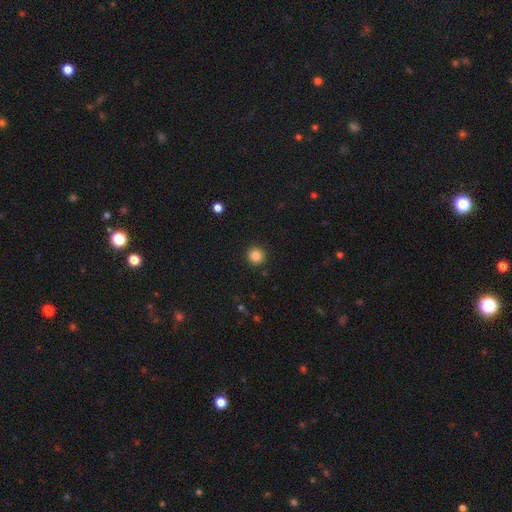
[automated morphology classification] smooth-or-featured: smooth: 84% | star or artifact: 11% | featured or disk: 5%
  how-rounded: round: 94% | in between: 5% | cigar-shaped: 1%
  merging: none: 92% | minor disturbance: 5% | major disturbance: 2% | merger: 1%